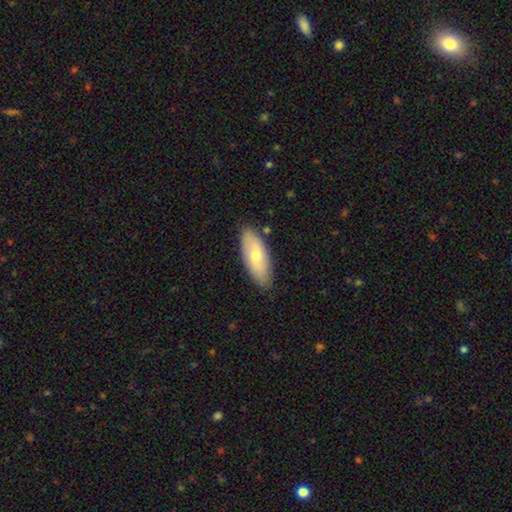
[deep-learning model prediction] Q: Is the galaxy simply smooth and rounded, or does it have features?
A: smooth — 62%.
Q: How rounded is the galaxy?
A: in between — 76%.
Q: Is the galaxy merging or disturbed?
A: none — 85%.